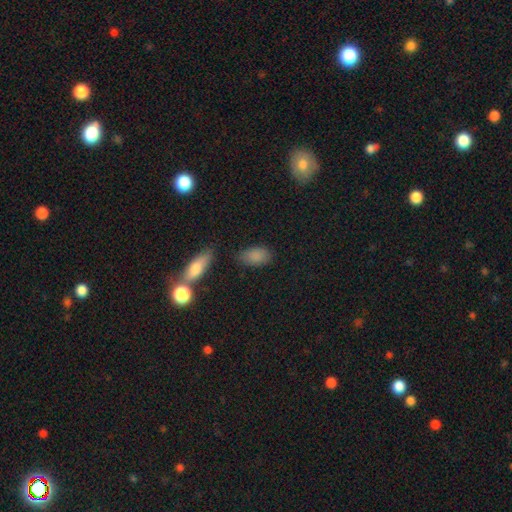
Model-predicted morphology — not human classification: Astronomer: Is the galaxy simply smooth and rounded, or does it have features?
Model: smooth — 85%.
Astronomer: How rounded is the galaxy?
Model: in between — 91%.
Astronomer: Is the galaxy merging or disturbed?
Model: none — 74%.